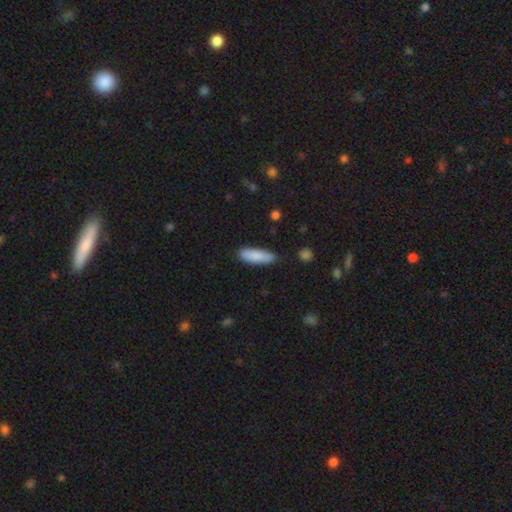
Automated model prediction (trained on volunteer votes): This appears to be a smooth galaxy with no disk features (86%) that is cigar-shaped (55%). Merging: none (82%).